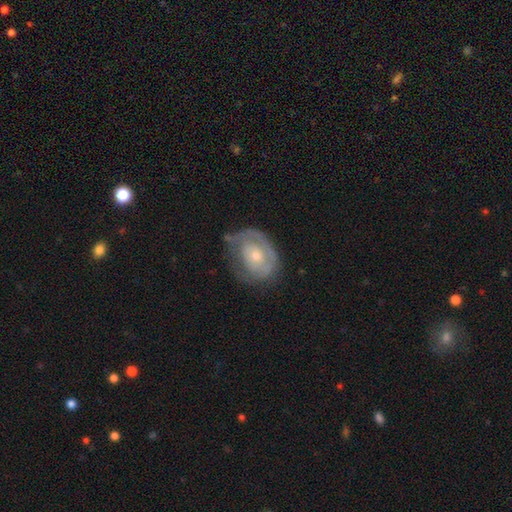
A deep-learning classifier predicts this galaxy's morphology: type=featured or disk (66%); edge-on=no (96%); bar=no (80%); spiral arms=yes (65%); bulge=small (50%); merging=none (55%).